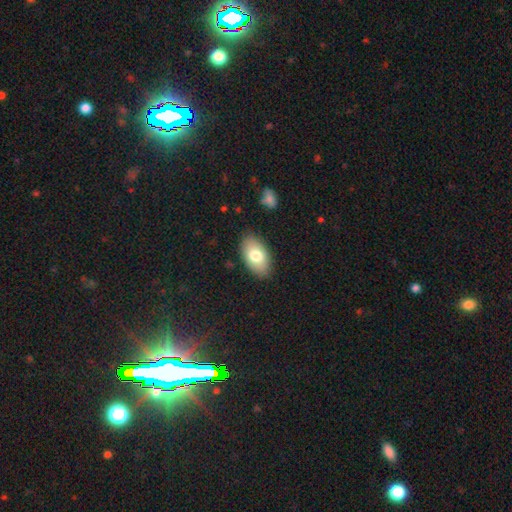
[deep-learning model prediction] smooth_or_featured: smooth (p=0.77) [alt: featured or disk p=0.16]
how_rounded: in between (p=0.94) [alt: round p=0.05]
merging: none (p=0.85) [alt: minor disturbance p=0.11]